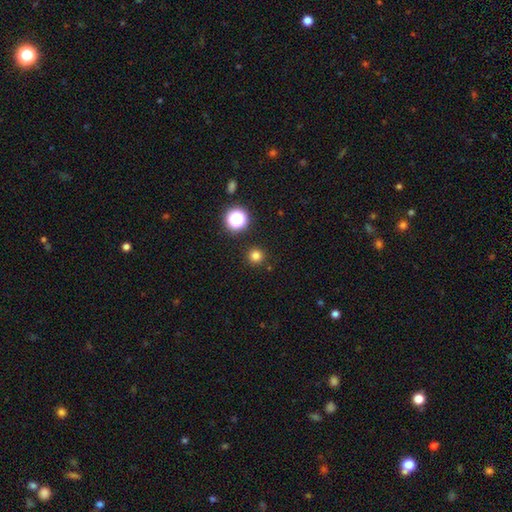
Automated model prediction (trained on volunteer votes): Smooth or featured? smooth (78%)
How rounded? round (96%)
Merging? none (91%)